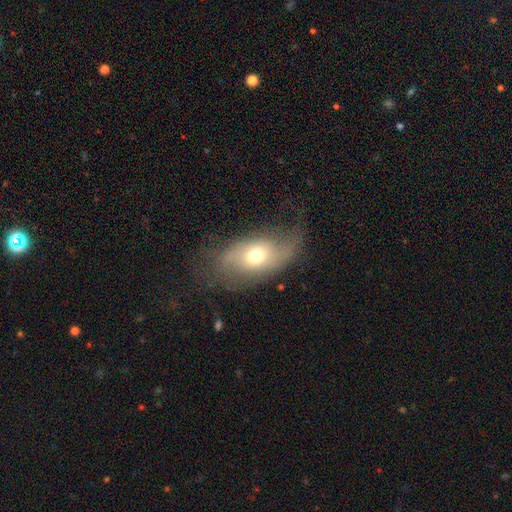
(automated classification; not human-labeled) Overall: smooth (45%, tied with featured or disk). Merging: none (51%; minor disturbance 26%).